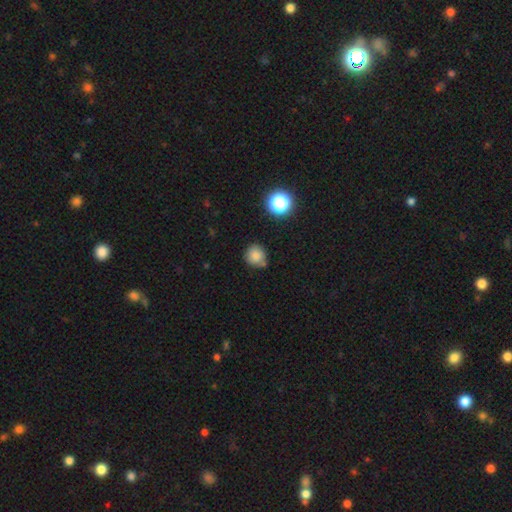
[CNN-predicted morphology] This is clearly a smooth galaxy (82%). How rounded: clearly round (89%). Merging: likely none (68%).